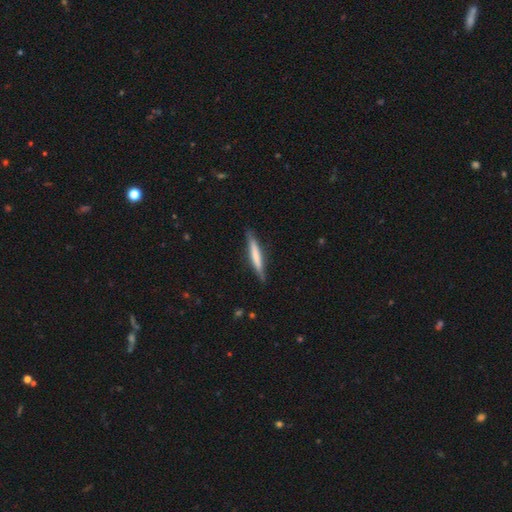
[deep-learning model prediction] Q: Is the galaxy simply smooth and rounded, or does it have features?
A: smooth — 58%.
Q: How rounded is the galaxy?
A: cigar-shaped — 95%.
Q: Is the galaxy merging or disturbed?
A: none — 86%.